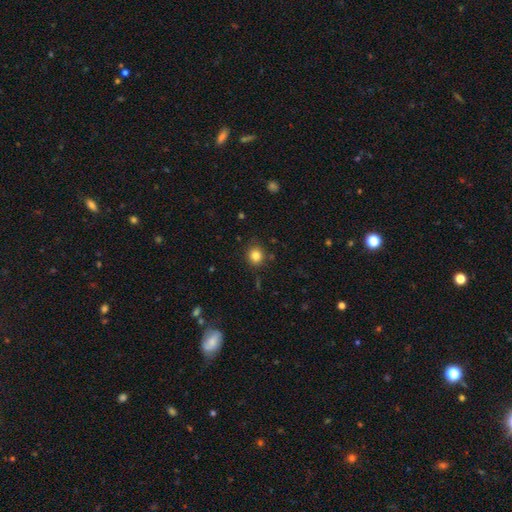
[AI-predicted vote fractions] smooth_or_featured: smooth (p=0.83) [alt: star or artifact p=0.12]
how_rounded: round (p=0.85) [alt: in between p=0.14]
merging: none (p=0.85) [alt: minor disturbance p=0.10]